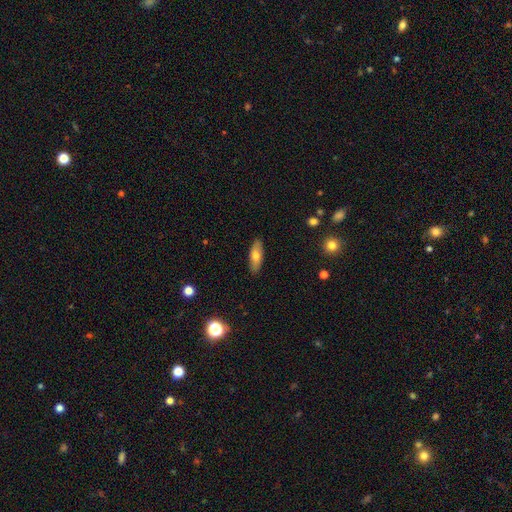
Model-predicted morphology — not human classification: This is likely a smooth galaxy (68%). How rounded: likely in between (64%). Merging: clearly none (88%).